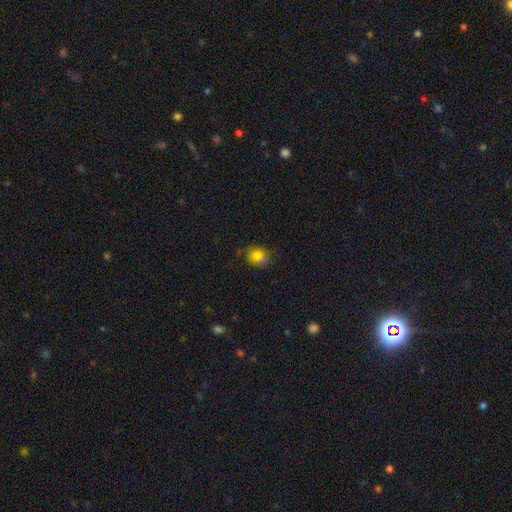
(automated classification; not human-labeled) Smooth or featured? smooth (73%)
How rounded? round (65%)
Merging? none (64%)